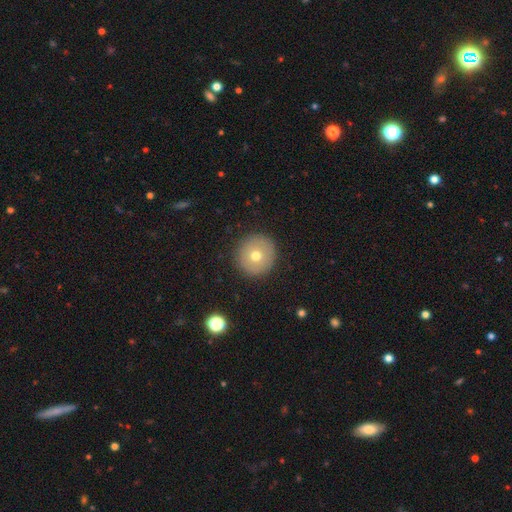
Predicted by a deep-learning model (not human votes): A smooth galaxy with no disk features (69%) that is round (95%).

Vote fractions:
- Smooth or featured? smooth: 69% / featured or disk: 21% / star or artifact: 10%
- How rounded? round: 95% / in between: 4% / cigar-shaped: 1%
- Merging? none: 91% / minor disturbance: 6% / major disturbance: 2% / merger: 1%